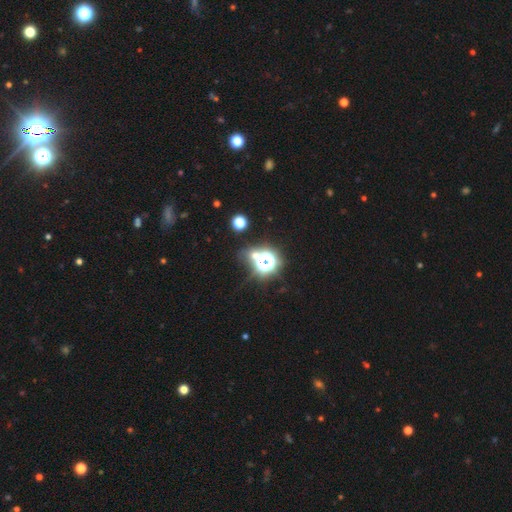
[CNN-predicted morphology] smooth_or_featured: star or artifact (p=0.56) [alt: smooth p=0.34]